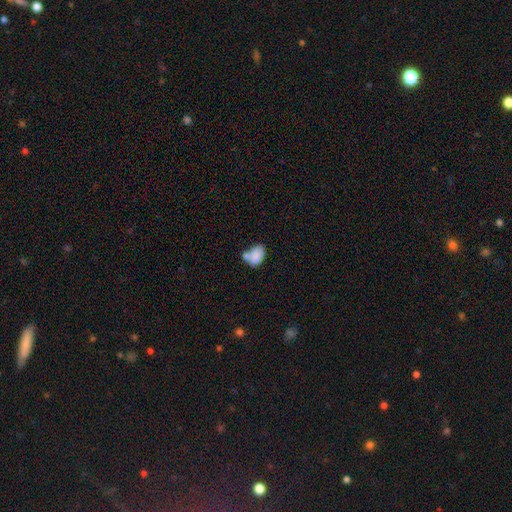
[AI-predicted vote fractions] smooth_or_featured: smooth (p=0.84) [alt: star or artifact p=0.08]
how_rounded: in between (p=0.82) [alt: round p=0.17]
merging: none (p=0.48) [alt: merger p=0.29]